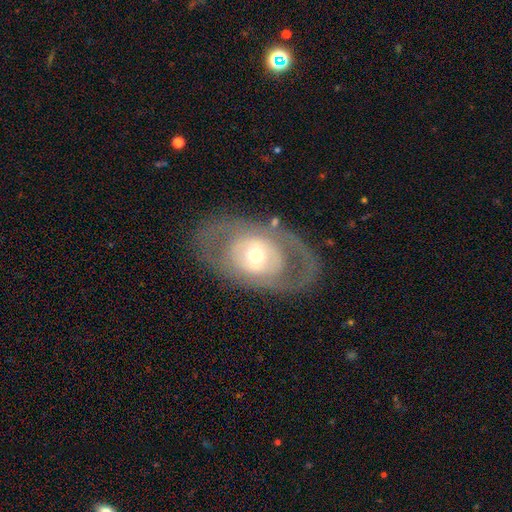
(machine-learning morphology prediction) Overall: featured or disk (65%; smooth 29%). Edge-on disk: no (90%). Bar: no (75%). Spiral arms: no (75%). Bulge size: moderate (61%; small 25%). Merging: none (76%).